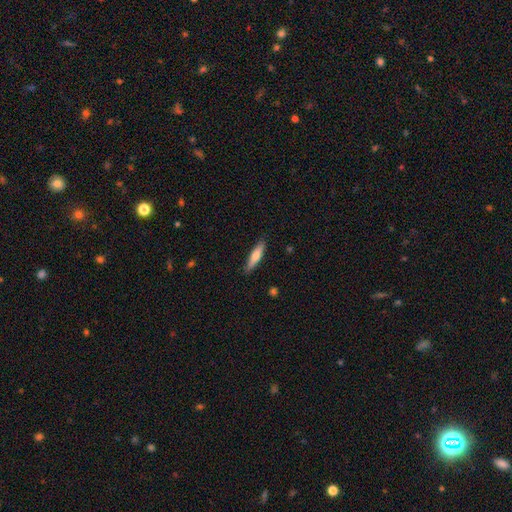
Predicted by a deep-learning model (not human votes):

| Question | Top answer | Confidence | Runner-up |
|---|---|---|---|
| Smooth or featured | smooth | 68% | featured or disk (26%) |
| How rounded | cigar-shaped | 76% | in between (23%) |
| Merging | none | 87% | minor disturbance (10%) |